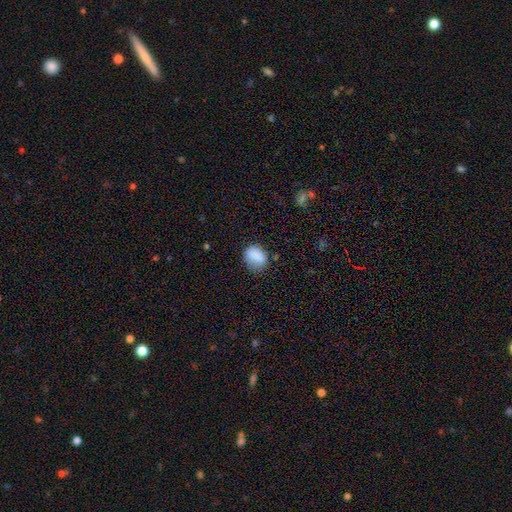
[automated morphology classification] Overall: smooth (86%). How rounded: in between (56%; round 43%). Merging: none (65%; minor disturbance 26%).